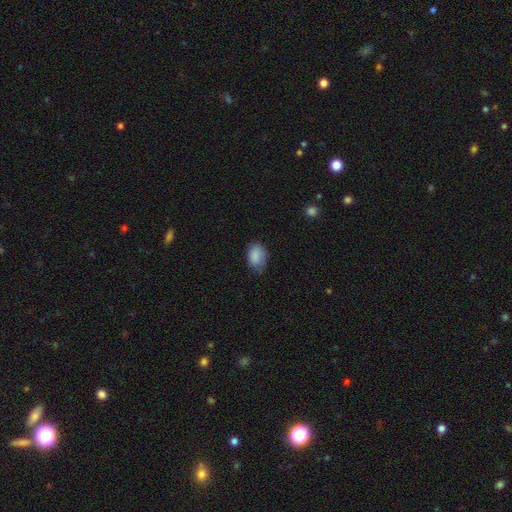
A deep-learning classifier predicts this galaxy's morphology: Smooth or featured?
  - smooth: 87% *
  - star or artifact: 8%
  - featured or disk: 6%
How rounded?
  - in between: 81% *
  - round: 18%
  - cigar-shaped: 1%
Merging?
  - none: 63% *
  - minor disturbance: 30%
  - major disturbance: 6%
  - merger: 1%